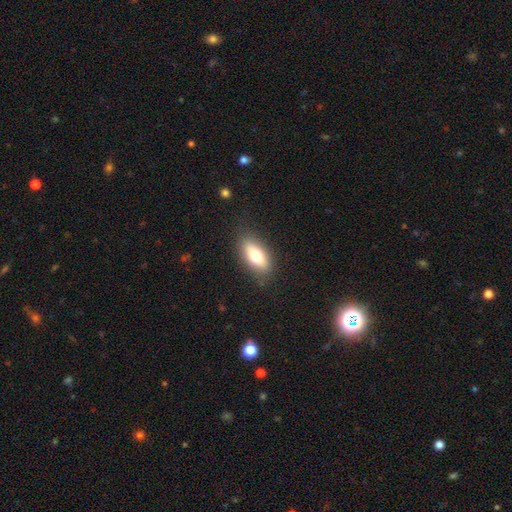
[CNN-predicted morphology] A smooth galaxy with no disk features (73%) that is in between round and cigar-shaped (81%).

Vote fractions:
- Smooth or featured? smooth: 73% / featured or disk: 20% / star or artifact: 7%
- How rounded? in between: 81% / cigar-shaped: 16% / round: 4%
- Merging? none: 84% / minor disturbance: 12% / major disturbance: 3% / merger: 1%